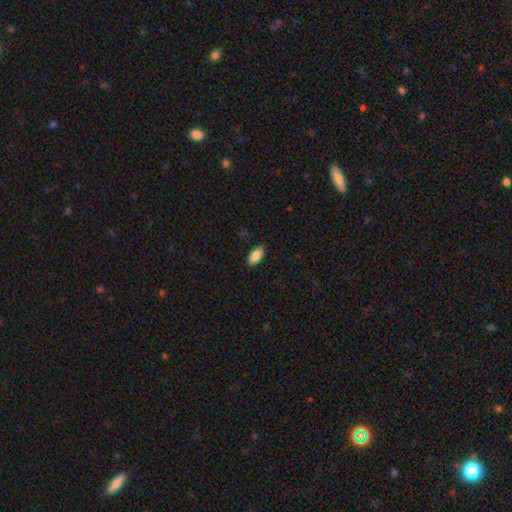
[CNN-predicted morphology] smooth-or-featured: smooth: 83% | featured or disk: 10% | star or artifact: 7%
  how-rounded: in between: 92% | cigar-shaped: 5% | round: 3%
  merging: none: 87% | minor disturbance: 10% | major disturbance: 2% | merger: 1%